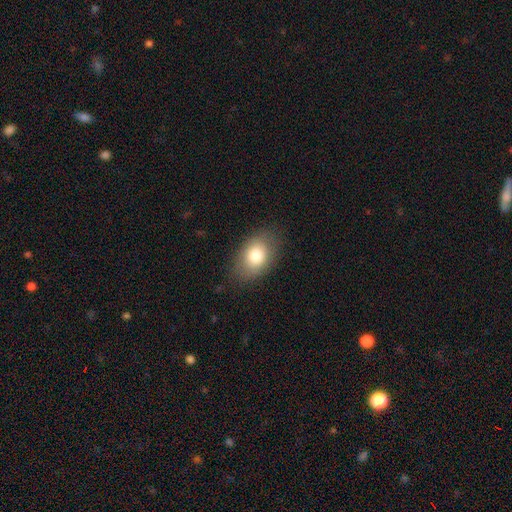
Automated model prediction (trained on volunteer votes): Smooth or featured? smooth (79%)
How rounded? in between (80%)
Merging? none (80%)